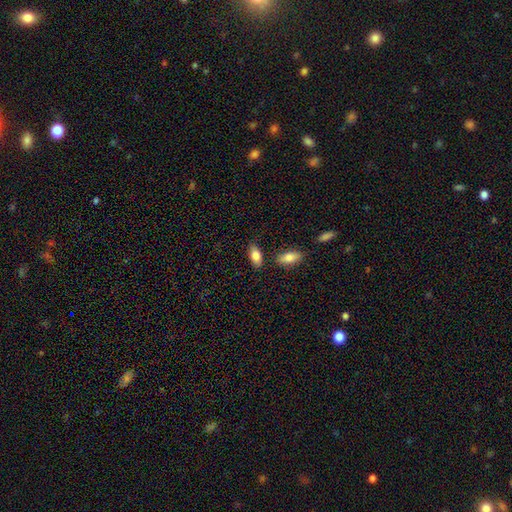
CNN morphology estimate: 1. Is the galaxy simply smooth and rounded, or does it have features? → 83% smooth, 11% featured or disk, 7% star or artifact.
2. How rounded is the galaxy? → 88% in between, 9% cigar-shaped, 3% round.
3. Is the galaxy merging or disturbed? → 77% none, 13% minor disturbance, 7% merger, 3% major disturbance.